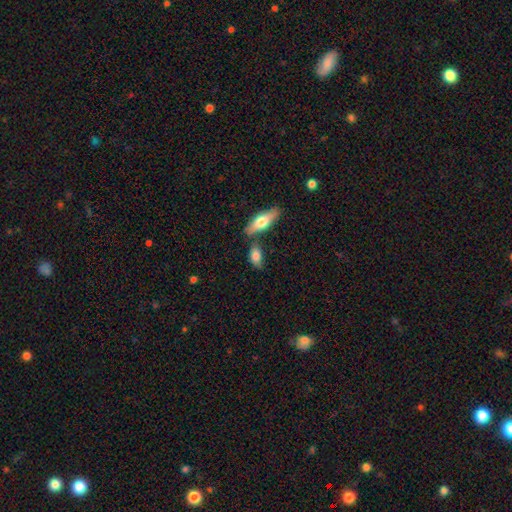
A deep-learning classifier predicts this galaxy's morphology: smooth_or_featured: smooth (p=0.77) [alt: featured or disk p=0.17]
how_rounded: in between (p=0.82) [alt: cigar-shaped p=0.12]
merging: none (p=0.61) [alt: merger p=0.20]